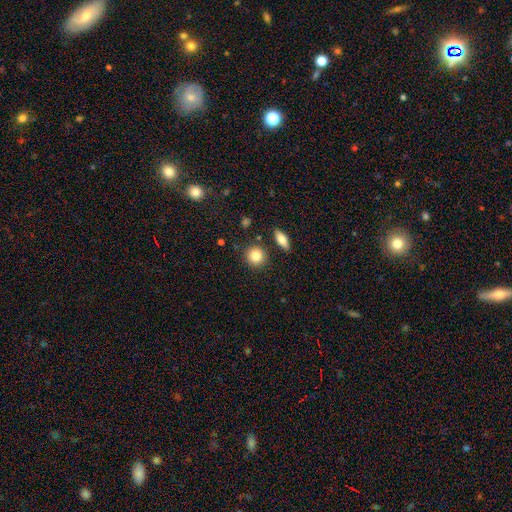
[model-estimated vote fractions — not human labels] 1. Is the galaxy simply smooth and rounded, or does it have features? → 84% smooth, 9% star or artifact, 8% featured or disk.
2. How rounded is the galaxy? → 86% round, 13% in between, 2% cigar-shaped.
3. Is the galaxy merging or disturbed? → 84% none, 8% minor disturbance, 5% merger, 2% major disturbance.